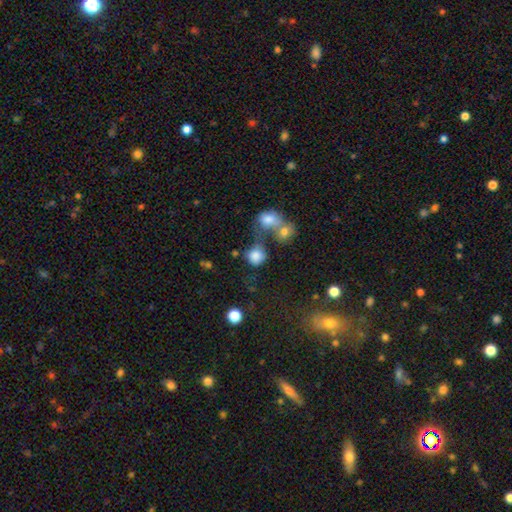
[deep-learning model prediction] Overall: smooth (81%). How rounded: round (74%). Merging: none (36%, tied with merger).